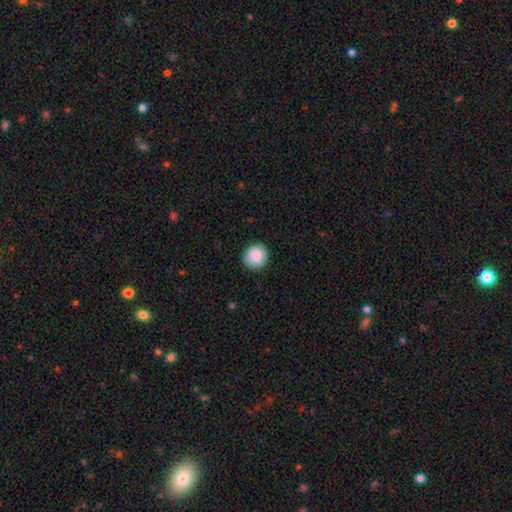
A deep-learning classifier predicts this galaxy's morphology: The model was most divided on "how rounded": round: 83%, in between: 16%, cigar-shaped: 1%. More confident: merging — none (89%); smooth or featured — smooth (89%).